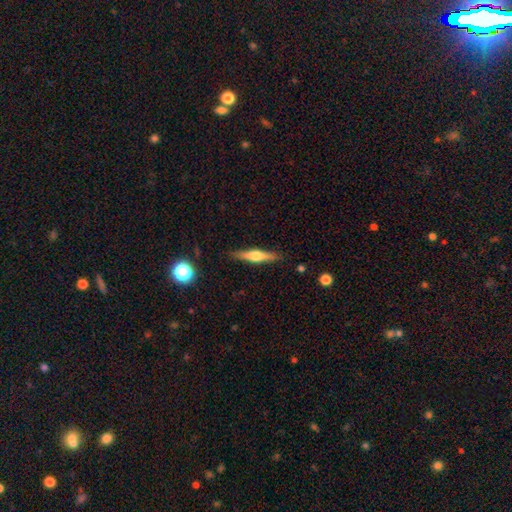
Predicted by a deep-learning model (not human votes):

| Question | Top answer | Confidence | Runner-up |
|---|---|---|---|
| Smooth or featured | featured or disk | 64% | smooth (30%) |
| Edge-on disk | yes | 97% | no (3%) |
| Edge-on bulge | rounded | 90% | boxy (7%) |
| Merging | none | 89% | minor disturbance (8%) |